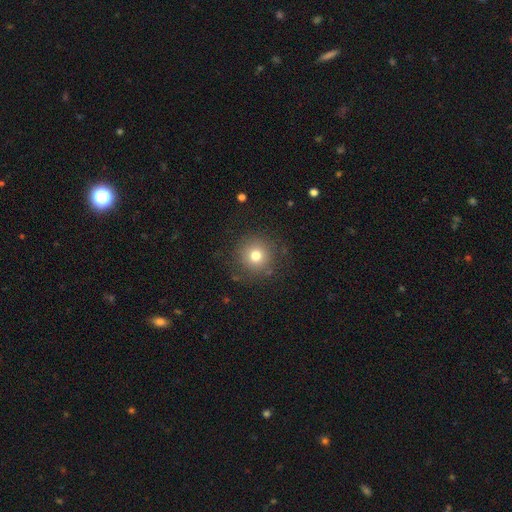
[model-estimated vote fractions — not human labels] Overall: smooth (75%). How rounded: round (95%). Merging: none (86%).